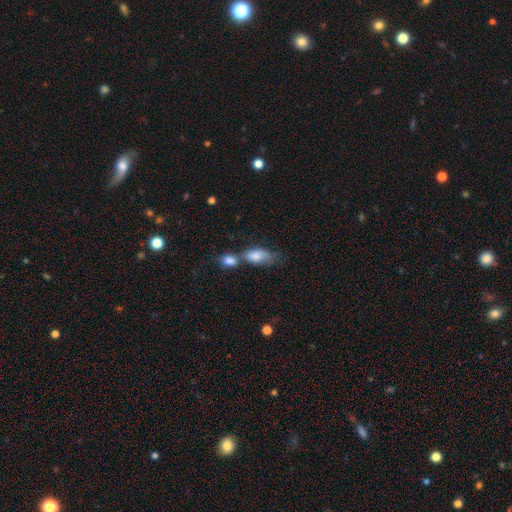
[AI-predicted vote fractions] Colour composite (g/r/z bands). It shows a smooth galaxy with no disk features (78%) that is in between round and cigar-shaped (83%). Merging: merger (49%).